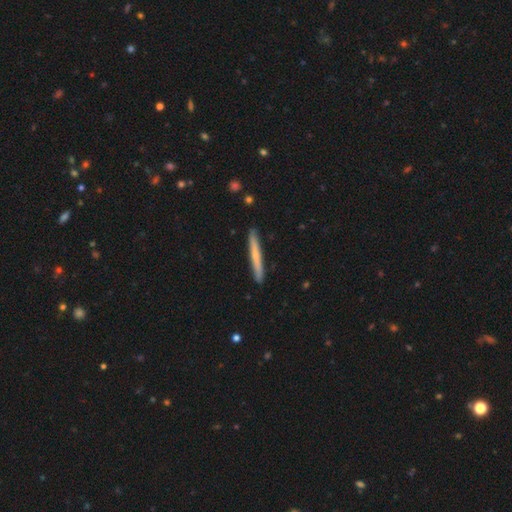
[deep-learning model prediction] Smooth or featured: smooth — 54% (featured or disk — 40%)
How rounded: cigar-shaped — 96% (in between — 2%)
Merging: none — 91% (minor disturbance — 7%)